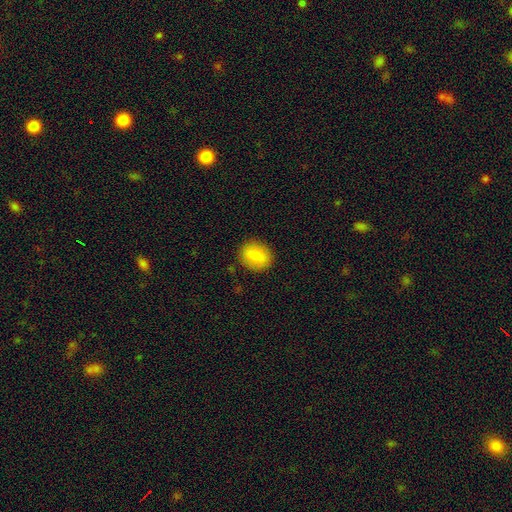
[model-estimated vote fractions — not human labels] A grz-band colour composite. It shows a smooth galaxy with no disk features (81%) that is round (62%). Merging: none (88%).